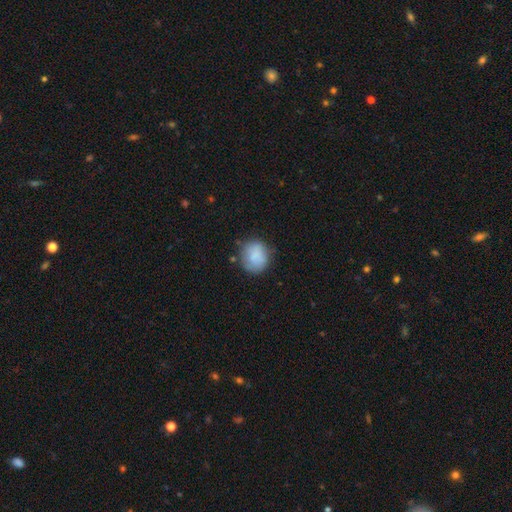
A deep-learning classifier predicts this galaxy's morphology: Smooth or featured: smooth — 81% (featured or disk — 11%)
How rounded: round — 78% (in between — 21%)
Merging: none — 68% (minor disturbance — 22%)